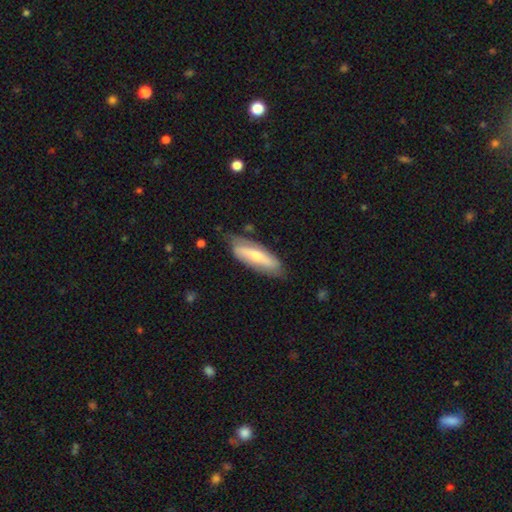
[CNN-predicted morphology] Q: Smooth or featured?
A: featured or disk (51%); runner-up: smooth (43%)
Q: Edge-on disk?
A: no (61%); runner-up: yes (39%)
Q: Merging?
A: none (69%); runner-up: minor disturbance (23%)